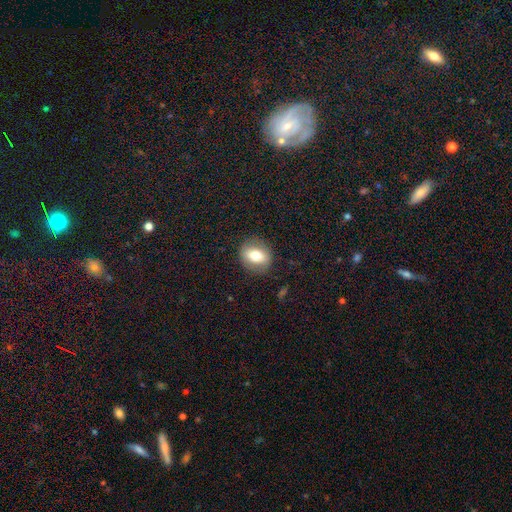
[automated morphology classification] Smooth or featured? Predicted: smooth (p=0.65). How rounded? Predicted: round (p=0.51). Merging? Predicted: none (p=0.85).